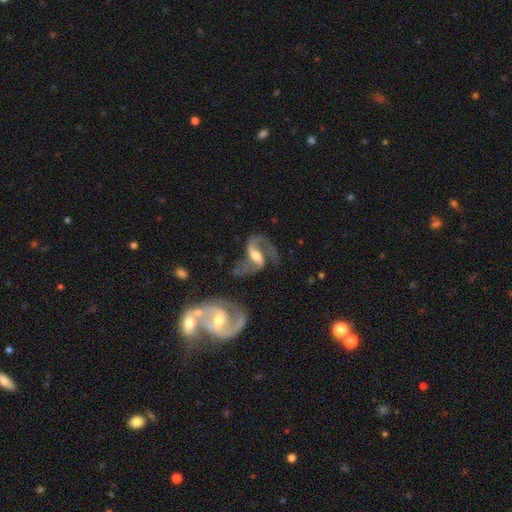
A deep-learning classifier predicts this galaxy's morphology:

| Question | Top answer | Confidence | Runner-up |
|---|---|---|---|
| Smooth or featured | featured or disk | 86% | smooth (8%) |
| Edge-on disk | no | 96% | yes (4%) |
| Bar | weak | 44% | strong (38%) |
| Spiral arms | yes | 93% | no (7%) |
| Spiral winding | loose | 58% | medium (35%) |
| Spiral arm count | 2 | 86% | 1 (7%) |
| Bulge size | moderate | 61% | small (23%) |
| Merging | none | 47% | major disturbance (25%) |